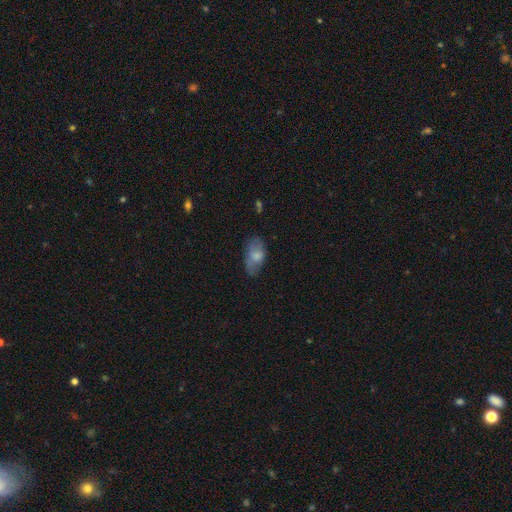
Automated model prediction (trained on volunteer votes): Smooth or featured?
  - smooth: 71% *
  - featured or disk: 22%
  - star or artifact: 8%
How rounded?
  - in between: 93% *
  - round: 4%
  - cigar-shaped: 3%
Merging?
  - none: 61% *
  - minor disturbance: 27%
  - major disturbance: 10%
  - merger: 2%